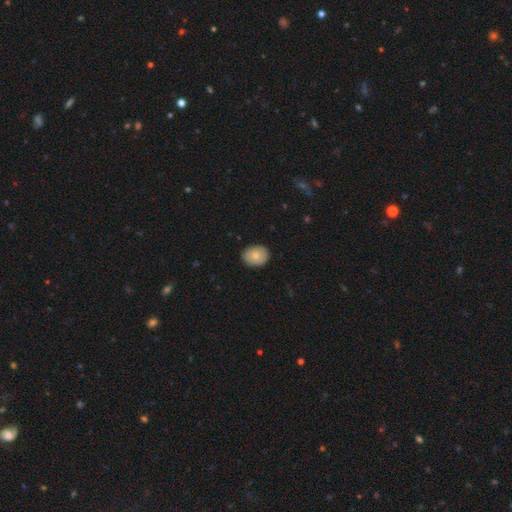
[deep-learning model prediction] smooth_or_featured: smooth (p=0.78) [alt: featured or disk p=0.15]
how_rounded: in between (p=0.57) [alt: round p=0.42]
merging: none (p=0.87) [alt: minor disturbance p=0.10]